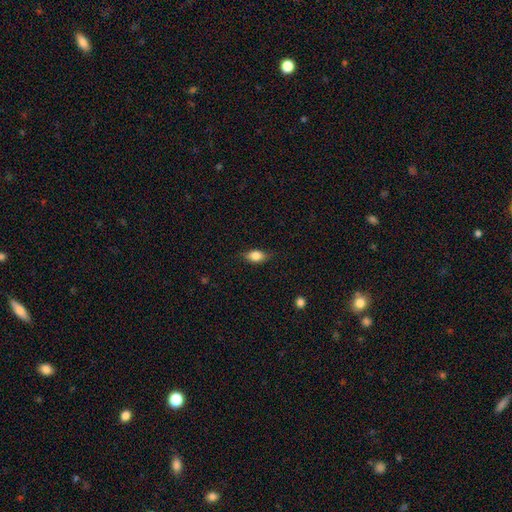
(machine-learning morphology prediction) Smooth or featured?
  - smooth: 79% *
  - featured or disk: 13%
  - star or artifact: 8%
How rounded?
  - in between: 82% *
  - round: 12%
  - cigar-shaped: 6%
Merging?
  - none: 79% *
  - minor disturbance: 16%
  - major disturbance: 3%
  - merger: 1%